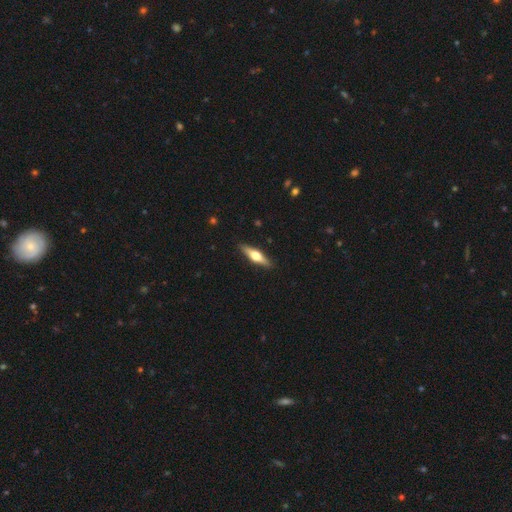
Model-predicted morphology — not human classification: This appears to be a featured or disk galaxy (54%) viewed edge-on (94%) with a rounded central bulge (94%). Merging: none (90%).